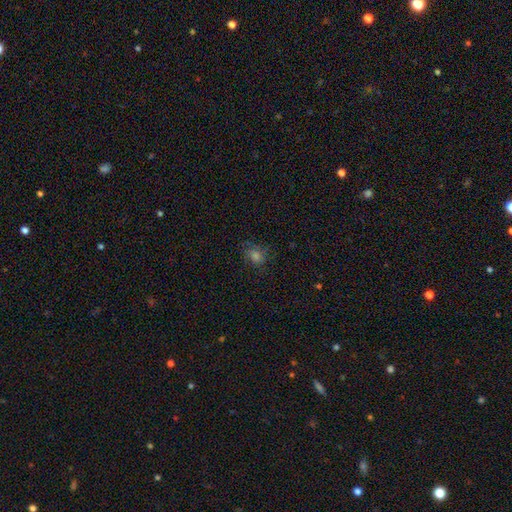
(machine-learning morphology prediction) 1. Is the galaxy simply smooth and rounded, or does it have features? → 58% smooth, 25% star or artifact, 17% featured or disk.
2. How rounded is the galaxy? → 57% round, 41% in between, 1% cigar-shaped.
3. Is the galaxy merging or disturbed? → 72% none, 18% minor disturbance, 9% major disturbance, 1% merger.